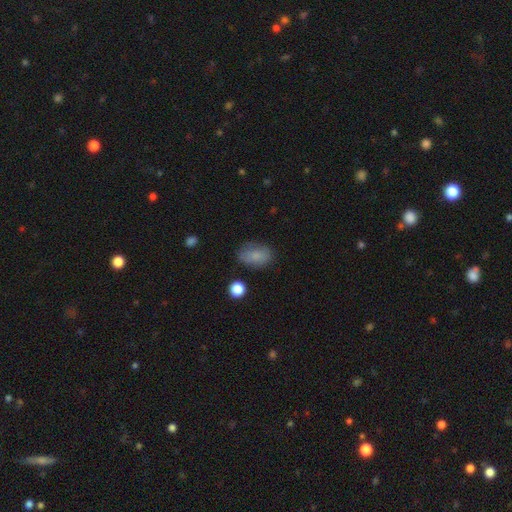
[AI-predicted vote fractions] smooth_or_featured: smooth (p=0.82) [alt: featured or disk p=0.10]
how_rounded: in between (p=0.85) [alt: round p=0.14]
merging: none (p=0.73) [alt: minor disturbance p=0.20]